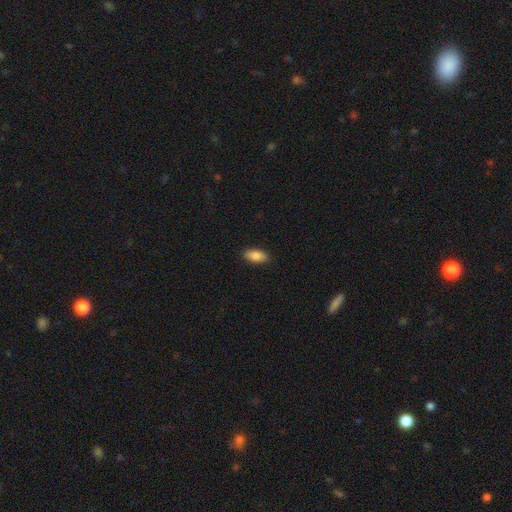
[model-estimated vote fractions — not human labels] A smooth galaxy with no disk features (86%) that is in between round and cigar-shaped (89%).

Vote fractions:
- Smooth or featured? smooth: 86% / featured or disk: 7% / star or artifact: 7%
- How rounded? in between: 89% / cigar-shaped: 9% / round: 3%
- Merging? none: 88% / minor disturbance: 9% / major disturbance: 2% / merger: 1%